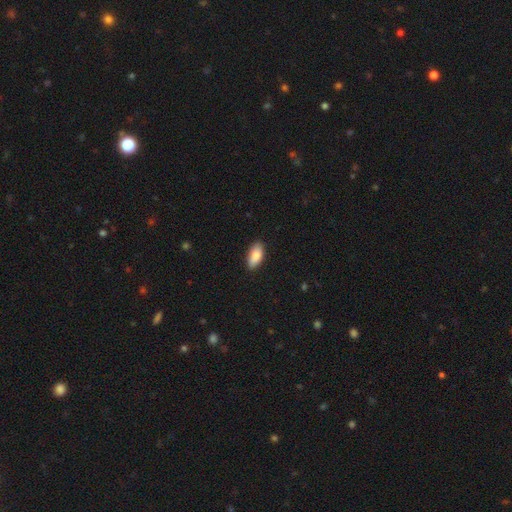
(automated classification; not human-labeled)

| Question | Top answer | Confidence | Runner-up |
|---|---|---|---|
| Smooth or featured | smooth | 86% | featured or disk (8%) |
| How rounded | in between | 90% | cigar-shaped (8%) |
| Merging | none | 86% | minor disturbance (11%) |